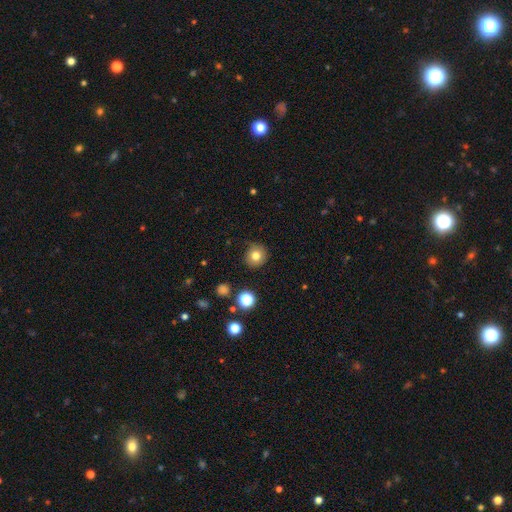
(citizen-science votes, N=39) Smooth or featured: smooth — 85% (featured or disk — 8%)
How rounded: round — 88% (in between — 12%)
Merging: none — 72% (minor disturbance — 22%)